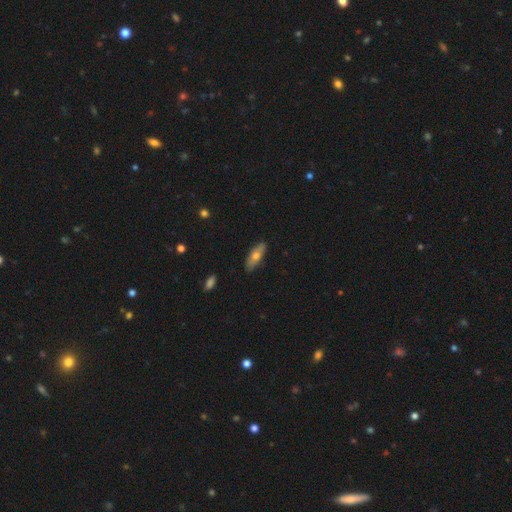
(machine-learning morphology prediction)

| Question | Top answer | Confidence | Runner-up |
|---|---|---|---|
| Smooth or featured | smooth | 62% | featured or disk (32%) |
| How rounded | in between | 58% | cigar-shaped (39%) |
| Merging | none | 86% | minor disturbance (11%) |